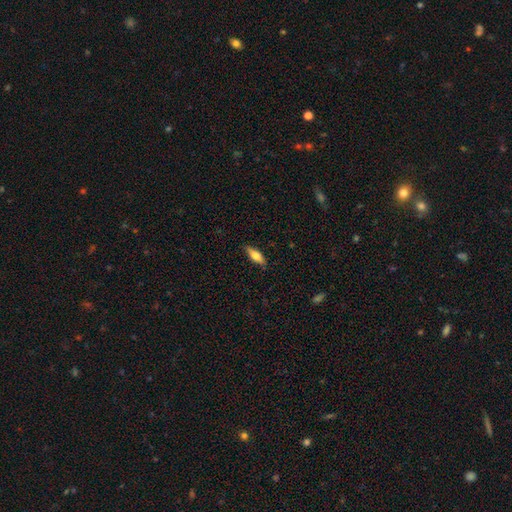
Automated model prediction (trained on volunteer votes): Smooth or featured: smooth — 64% (featured or disk — 30%)
How rounded: in between — 56% (cigar-shaped — 42%)
Merging: none — 85% (minor disturbance — 11%)